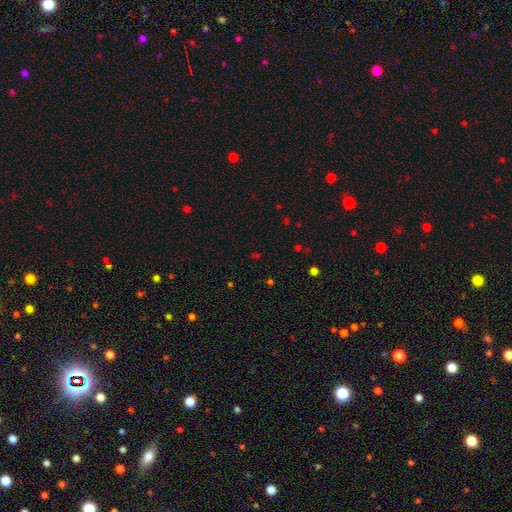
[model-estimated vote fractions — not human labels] Smooth or featured?
  - star or artifact: 57% *
  - smooth: 36%
  - featured or disk: 7%